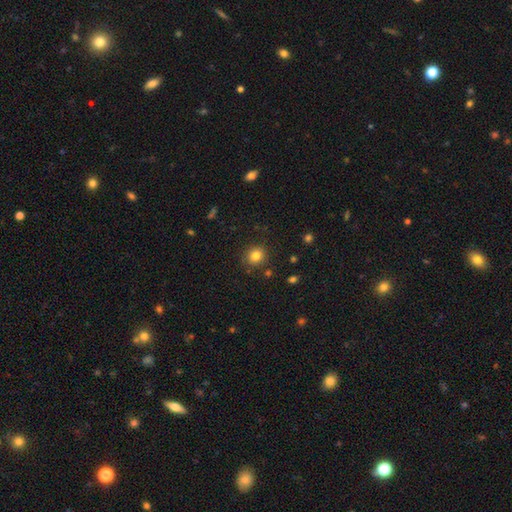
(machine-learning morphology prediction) smooth_or_featured: smooth (p=0.81) [alt: star or artifact p=0.12]
how_rounded: round (p=0.85) [alt: in between p=0.14]
merging: none (p=0.87) [alt: minor disturbance p=0.08]